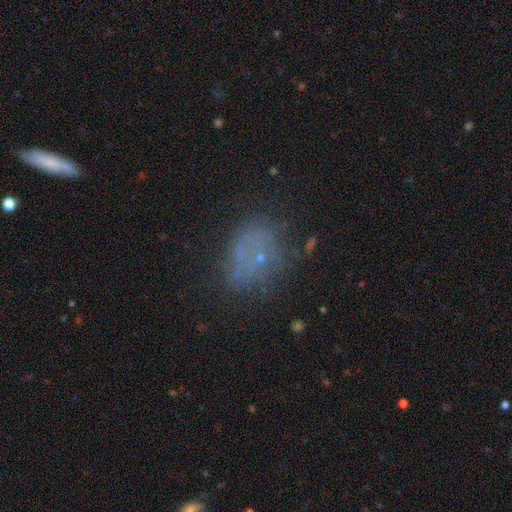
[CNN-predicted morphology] smooth 46%, featured or disk 28%, star or artifact 25%. Down the decision tree: merging — none (59%).